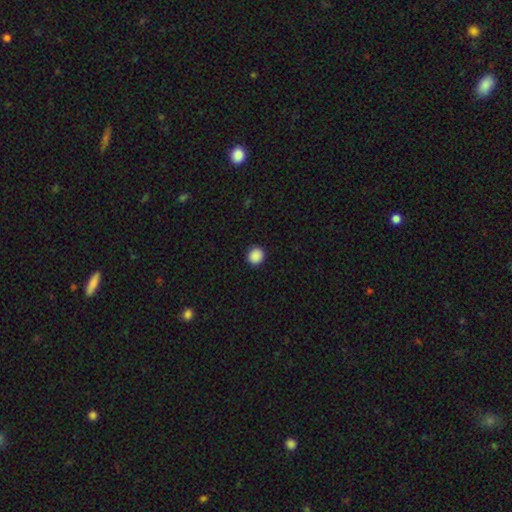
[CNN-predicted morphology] A smooth galaxy with no disk features (89%) that is round (88%). Merging: none (92%).